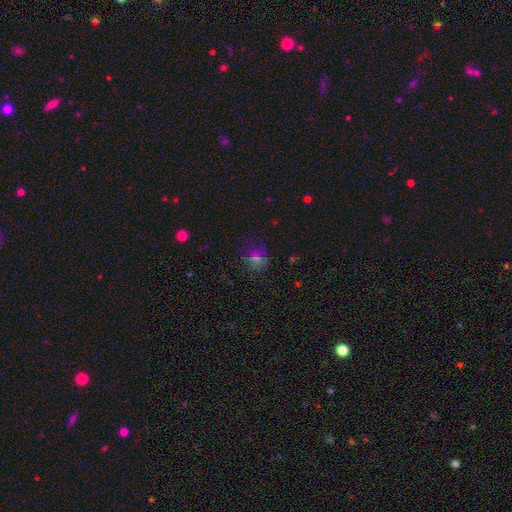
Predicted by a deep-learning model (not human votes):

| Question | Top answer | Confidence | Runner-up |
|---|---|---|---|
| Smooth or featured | smooth | 56% | star or artifact (25%) |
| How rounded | round | 76% | in between (23%) |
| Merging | none | 69% | minor disturbance (19%) |